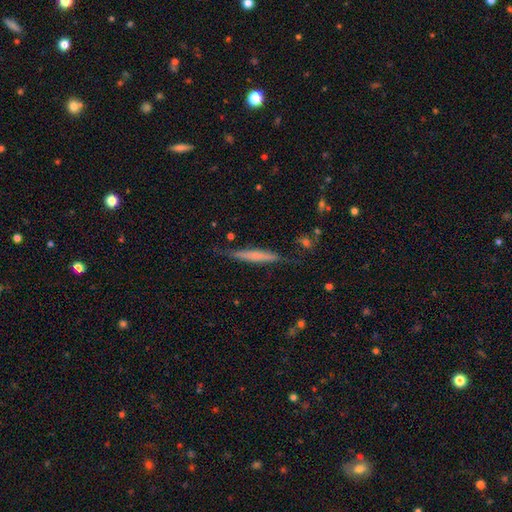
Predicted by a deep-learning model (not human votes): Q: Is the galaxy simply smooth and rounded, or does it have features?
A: smooth — 53%.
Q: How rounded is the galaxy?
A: cigar-shaped — 94%.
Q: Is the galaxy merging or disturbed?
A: none — 79%.